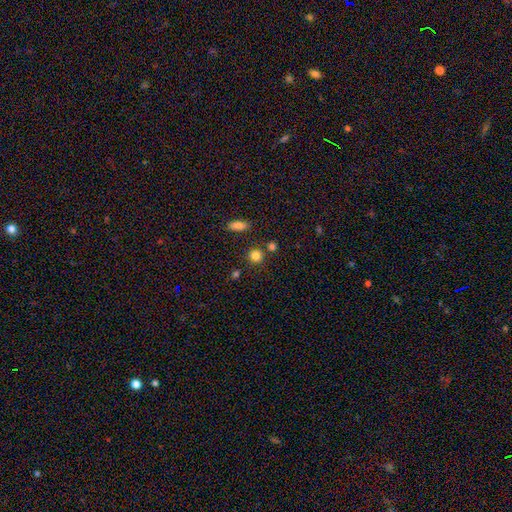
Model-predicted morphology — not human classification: A smooth galaxy with no disk features (83%) that is round (88%).

Vote fractions:
- Smooth or featured? smooth: 83% / star or artifact: 12% / featured or disk: 5%
- How rounded? round: 88% / in between: 11% / cigar-shaped: 1%
- Merging? none: 79% / merger: 10% / minor disturbance: 8% / major disturbance: 3%